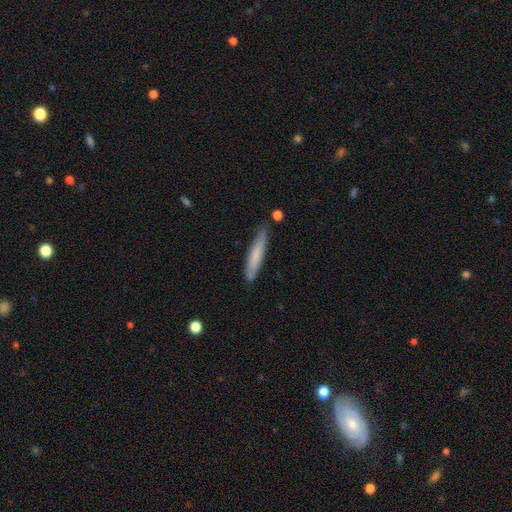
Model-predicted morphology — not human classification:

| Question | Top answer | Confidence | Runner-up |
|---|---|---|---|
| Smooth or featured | smooth | 69% | featured or disk (25%) |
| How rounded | cigar-shaped | 92% | in between (7%) |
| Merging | none | 79% | minor disturbance (16%) |